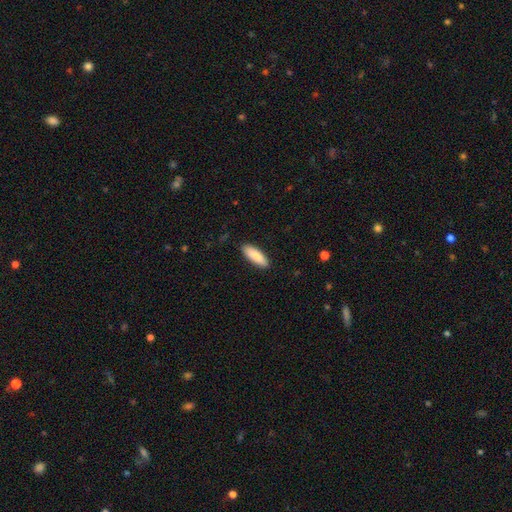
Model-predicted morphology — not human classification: smooth_or_featured: smooth (p=0.84) [alt: featured or disk p=0.10]
how_rounded: in between (p=0.58) [alt: cigar-shaped p=0.40]
merging: none (p=0.89) [alt: minor disturbance p=0.09]